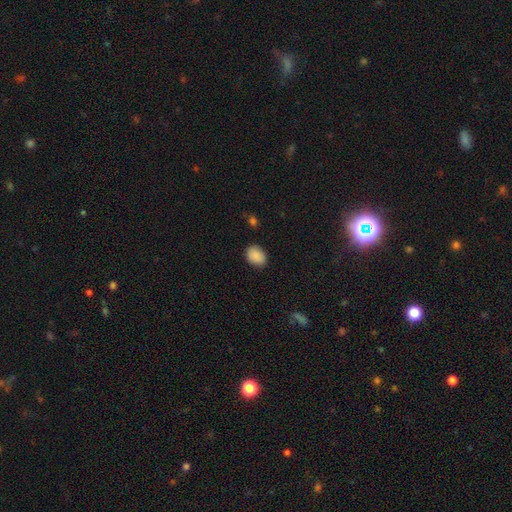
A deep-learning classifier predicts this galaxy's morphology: Smooth or featured: smooth — 89% (star or artifact — 8%)
How rounded: in between — 68% (round — 31%)
Merging: none — 84% (minor disturbance — 12%)